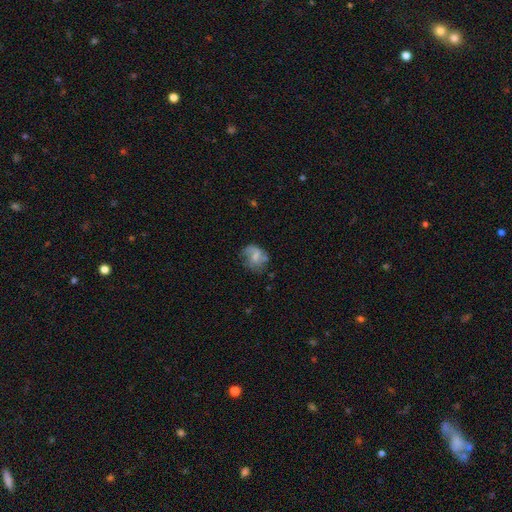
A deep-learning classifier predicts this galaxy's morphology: smooth_or_featured: smooth (p=0.48) [alt: featured or disk p=0.42]
merging: none (p=0.45) [alt: minor disturbance p=0.28]